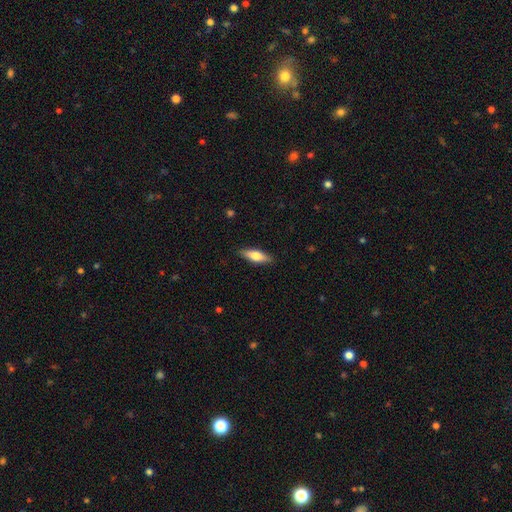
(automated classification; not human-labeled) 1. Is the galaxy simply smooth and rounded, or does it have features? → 63% smooth, 32% featured or disk, 6% star or artifact.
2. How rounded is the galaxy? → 52% in between, 46% cigar-shaped, 2% round.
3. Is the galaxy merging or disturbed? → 88% none, 9% minor disturbance, 2% major disturbance, 1% merger.